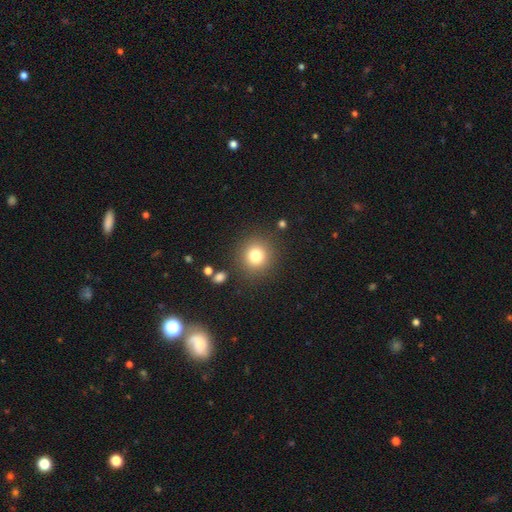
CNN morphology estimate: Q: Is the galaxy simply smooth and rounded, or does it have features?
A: smooth — 80%.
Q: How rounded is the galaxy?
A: round — 91%.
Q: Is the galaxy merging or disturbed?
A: none — 86%.